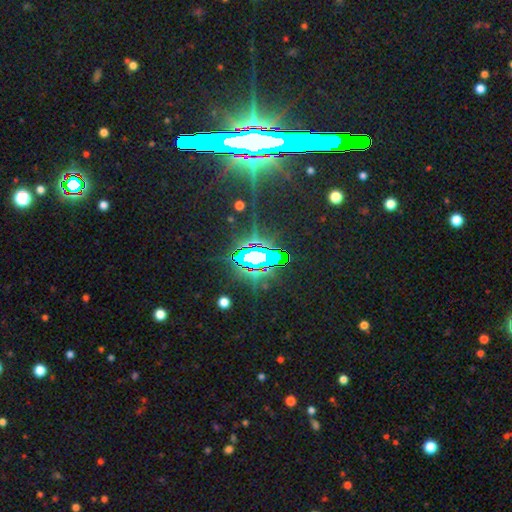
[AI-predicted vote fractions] A star or artifact, not a galaxy (77%).